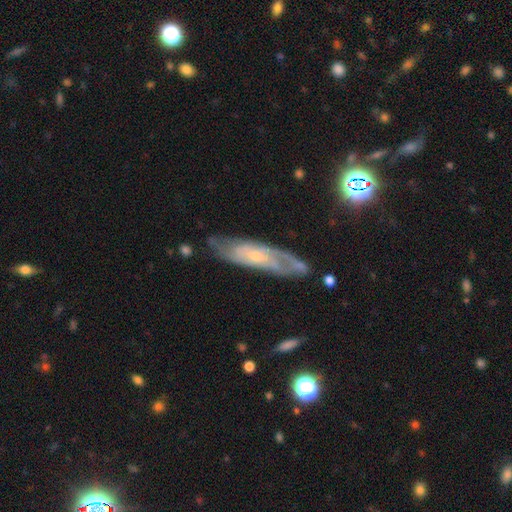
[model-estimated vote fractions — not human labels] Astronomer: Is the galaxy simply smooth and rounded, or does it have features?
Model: featured or disk — 75%.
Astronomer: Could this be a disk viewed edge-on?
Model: no — 78%.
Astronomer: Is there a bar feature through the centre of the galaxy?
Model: no — 69%.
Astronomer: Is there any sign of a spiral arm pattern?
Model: yes — 84%.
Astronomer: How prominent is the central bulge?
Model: small — 67%.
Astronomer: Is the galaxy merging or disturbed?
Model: none — 66%.